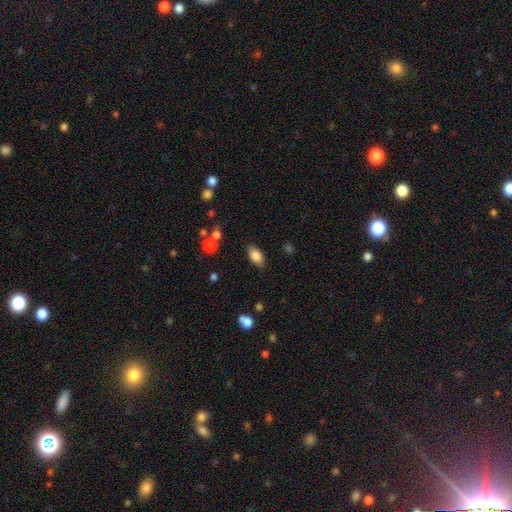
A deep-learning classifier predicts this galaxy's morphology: smooth_or_featured: smooth (p=0.84) [alt: star or artifact p=0.08]
how_rounded: in between (p=0.90) [alt: round p=0.06]
merging: none (p=0.84) [alt: minor disturbance p=0.11]